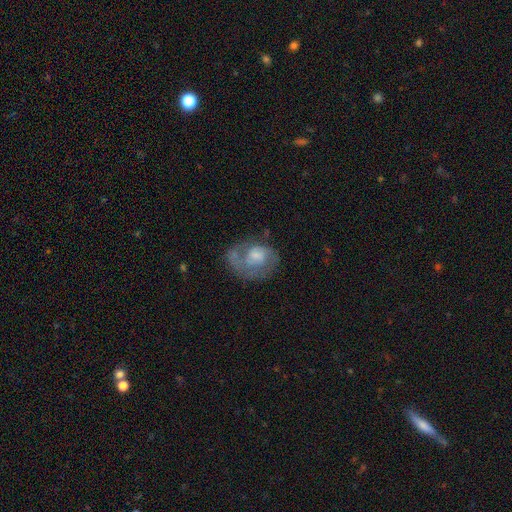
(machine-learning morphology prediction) Smooth or featured: featured or disk — 63% (smooth — 29%)
Edge-on disk: no — 97% (yes — 3%)
Bar: no — 72% (weak — 24%)
Spiral arms: yes — 70% (no — 30%)
Bulge size: moderate — 42% (small — 25%)
Merging: none — 51% (major disturbance — 22%)